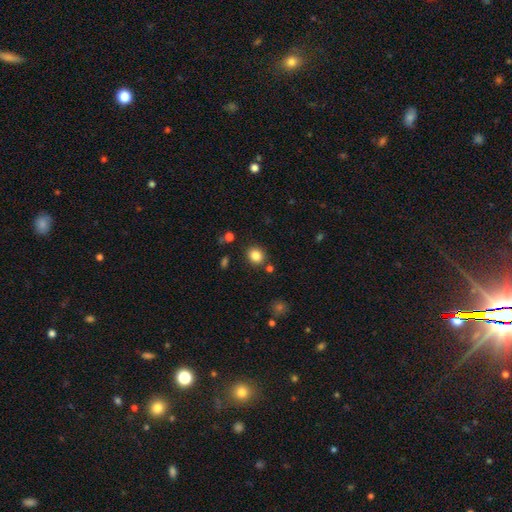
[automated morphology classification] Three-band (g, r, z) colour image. It shows a smooth galaxy with no disk features (83%) that is round (77%). Merging: none (85%).